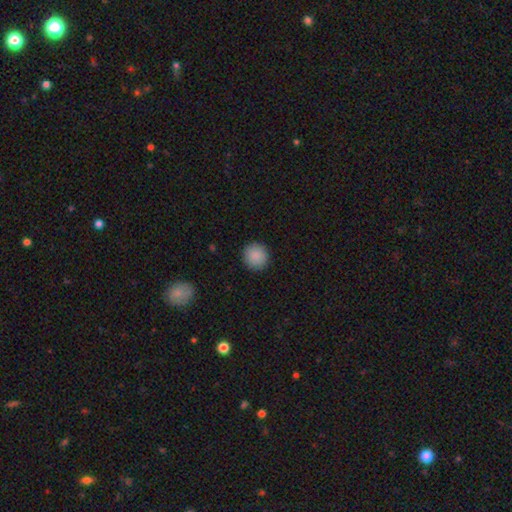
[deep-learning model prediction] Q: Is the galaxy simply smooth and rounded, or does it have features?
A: smooth — 89%.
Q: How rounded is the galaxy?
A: round — 94%.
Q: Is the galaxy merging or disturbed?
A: none — 92%.